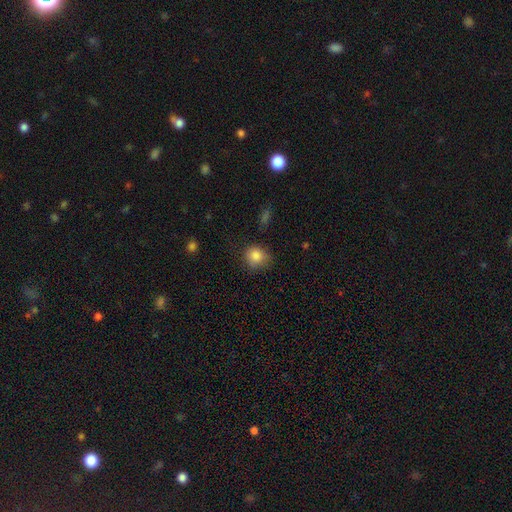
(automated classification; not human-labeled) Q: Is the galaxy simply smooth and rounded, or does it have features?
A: smooth — 84%.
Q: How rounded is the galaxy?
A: round — 84%.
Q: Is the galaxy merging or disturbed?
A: none — 73%.